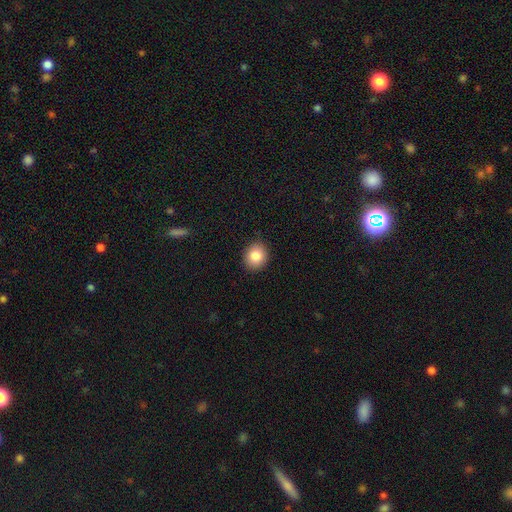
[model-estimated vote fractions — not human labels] Q: Smooth or featured?
A: smooth (84%); runner-up: star or artifact (9%)
Q: How rounded?
A: round (72%); runner-up: in between (27%)
Q: Merging?
A: none (90%); runner-up: minor disturbance (7%)